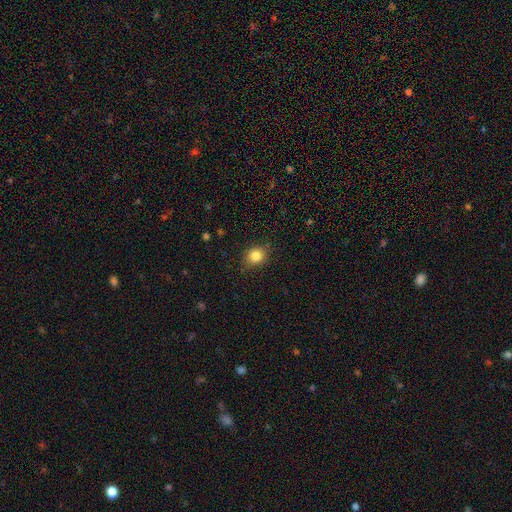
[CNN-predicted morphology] This appears to be a smooth galaxy with no disk features (84%) that is round (66%). Merging: none (84%).